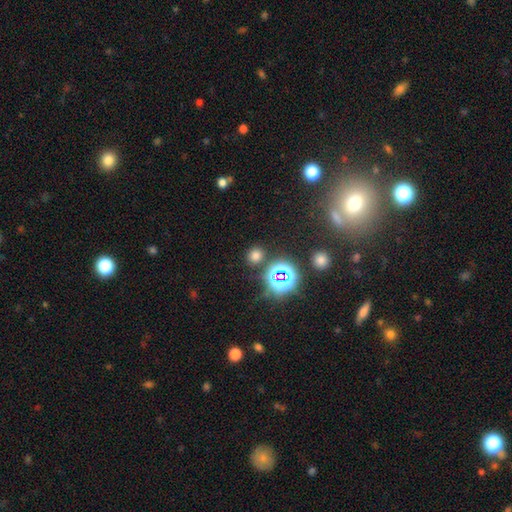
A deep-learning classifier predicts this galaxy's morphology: smooth 65%, star or artifact 29%, featured or disk 6%. Down the decision tree: how rounded — round (82%); merging — none (84%).